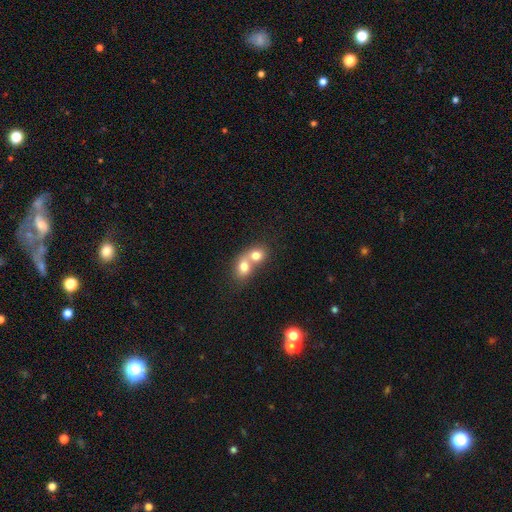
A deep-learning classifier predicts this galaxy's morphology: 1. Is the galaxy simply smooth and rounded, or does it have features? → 74% smooth, 16% featured or disk, 9% star or artifact.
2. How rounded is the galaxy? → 60% round, 39% in between, 1% cigar-shaped.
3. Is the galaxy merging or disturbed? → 75% merger, 18% none, 4% minor disturbance, 2% major disturbance.